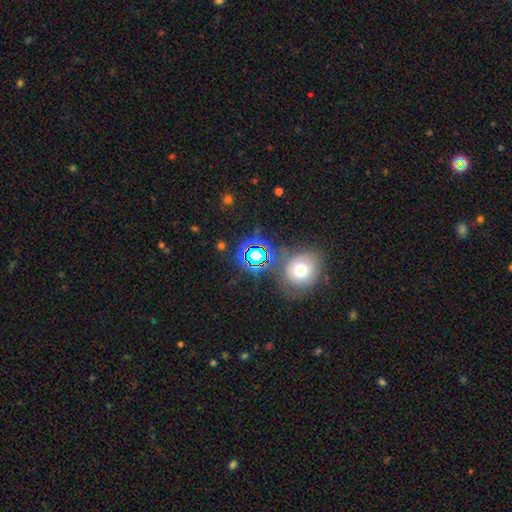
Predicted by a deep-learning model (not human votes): Smooth or featured? Predicted: star or artifact (p=0.62).